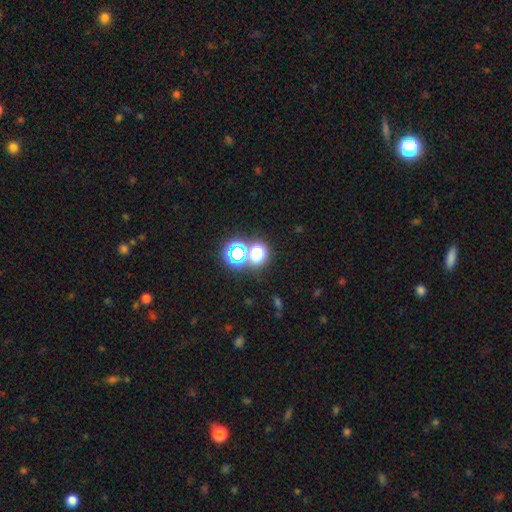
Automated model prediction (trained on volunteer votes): Overall: smooth (48%; star or artifact 44%). Merging: none (64%; merger 24%).